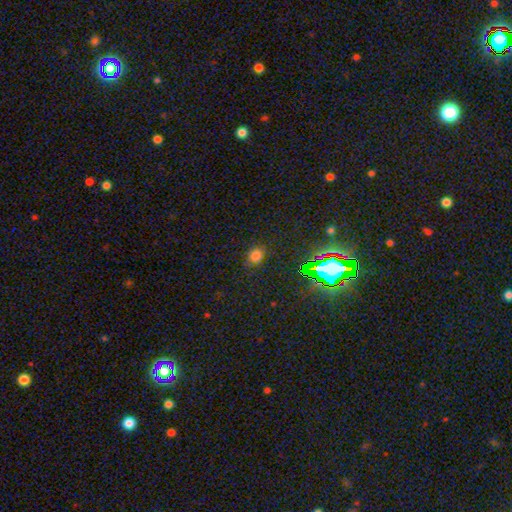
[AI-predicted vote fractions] Smooth or featured? smooth (72%)
How rounded? round (63%)
Merging? none (81%)